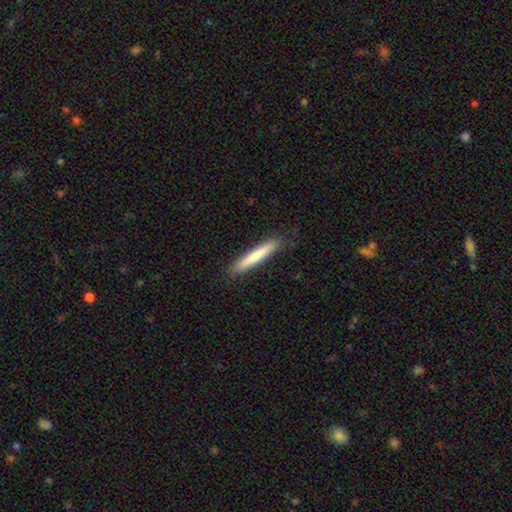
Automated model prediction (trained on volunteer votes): Q: Smooth or featured?
A: smooth (73%); runner-up: featured or disk (22%)
Q: How rounded?
A: cigar-shaped (95%); runner-up: in between (4%)
Q: Merging?
A: none (89%); runner-up: minor disturbance (8%)